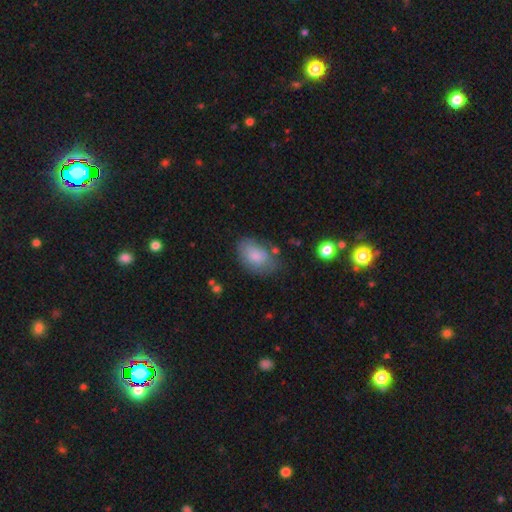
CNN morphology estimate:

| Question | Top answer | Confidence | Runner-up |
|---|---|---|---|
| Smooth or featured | smooth | 75% | featured or disk (18%) |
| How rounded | in between | 88% | round (11%) |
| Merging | none | 57% | minor disturbance (27%) |